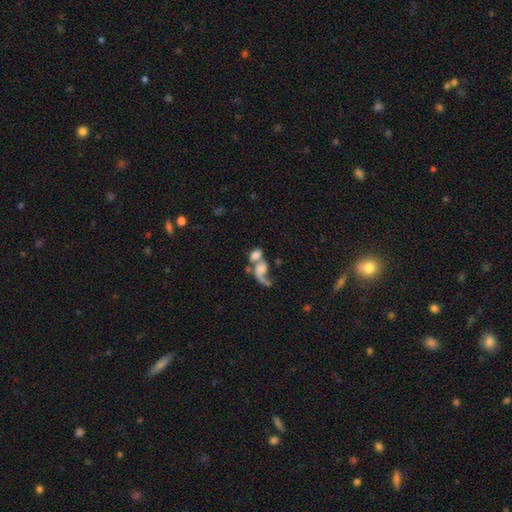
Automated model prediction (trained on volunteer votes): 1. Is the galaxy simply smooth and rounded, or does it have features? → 51% smooth, 38% featured or disk, 11% star or artifact.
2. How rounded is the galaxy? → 75% in between, 20% round, 5% cigar-shaped.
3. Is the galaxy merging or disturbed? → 66% merger, 15% major disturbance, 13% none, 6% minor disturbance.